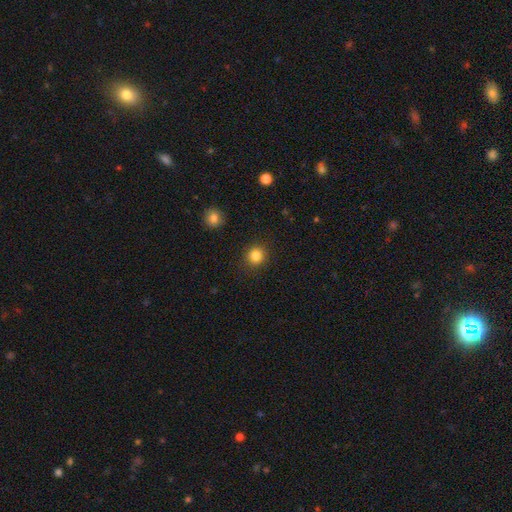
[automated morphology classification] The model was most divided on "smooth or featured": smooth: 84%, star or artifact: 11%, featured or disk: 5%. More confident: merging — none (91%); how rounded — round (89%).